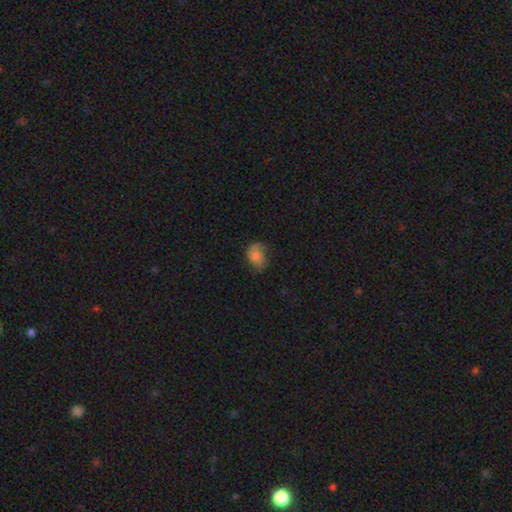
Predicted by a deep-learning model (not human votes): Q: Smooth or featured?
A: smooth (74%); runner-up: featured or disk (16%)
Q: How rounded?
A: in between (69%); runner-up: round (30%)
Q: Merging?
A: none (50%); runner-up: minor disturbance (34%)